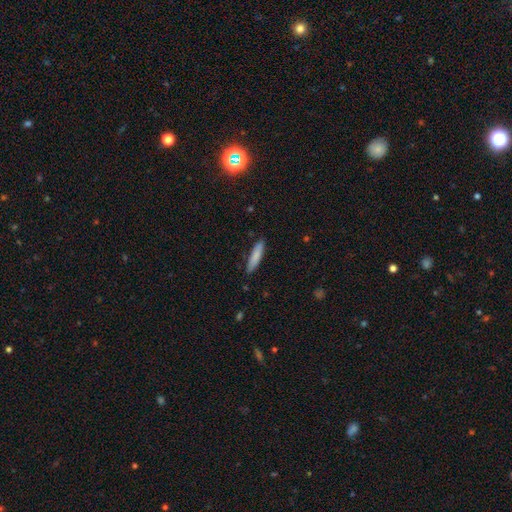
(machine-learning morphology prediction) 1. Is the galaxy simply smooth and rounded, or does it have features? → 83% smooth, 11% featured or disk, 6% star or artifact.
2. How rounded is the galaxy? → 83% cigar-shaped, 16% in between, 1% round.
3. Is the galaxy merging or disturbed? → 87% none, 10% minor disturbance, 2% major disturbance, 1% merger.